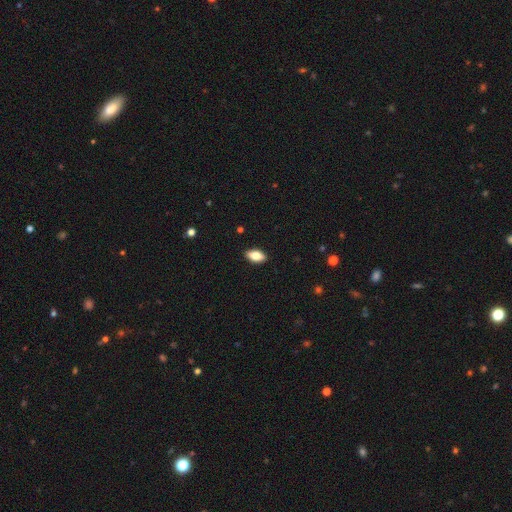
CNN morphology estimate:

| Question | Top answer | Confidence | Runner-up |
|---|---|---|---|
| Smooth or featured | smooth | 78% | featured or disk (15%) |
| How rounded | in between | 90% | cigar-shaped (7%) |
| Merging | none | 90% | minor disturbance (8%) |